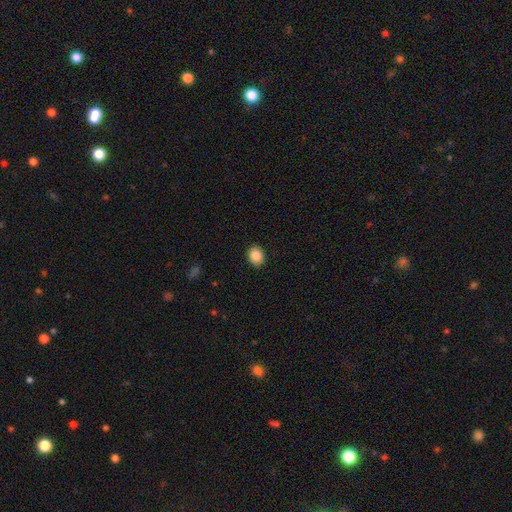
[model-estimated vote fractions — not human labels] Smooth or featured: smooth — 87% (star or artifact — 8%)
How rounded: round — 54% (in between — 45%)
Merging: none — 91% (minor disturbance — 6%)